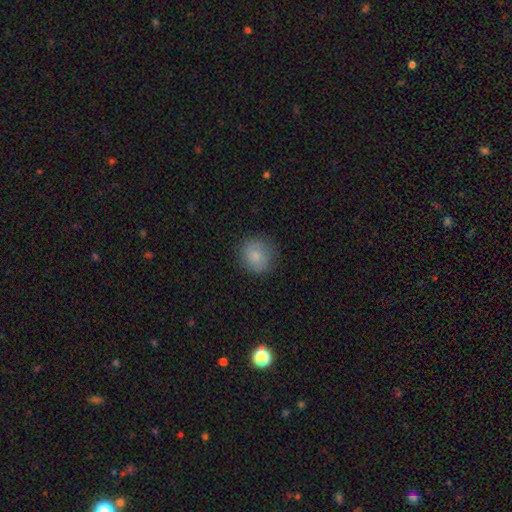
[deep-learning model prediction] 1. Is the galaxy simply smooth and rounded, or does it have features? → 83% smooth, 9% star or artifact, 8% featured or disk.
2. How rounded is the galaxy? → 87% round, 12% in between, 1% cigar-shaped.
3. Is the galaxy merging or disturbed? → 85% none, 11% minor disturbance, 3% major disturbance, 1% merger.